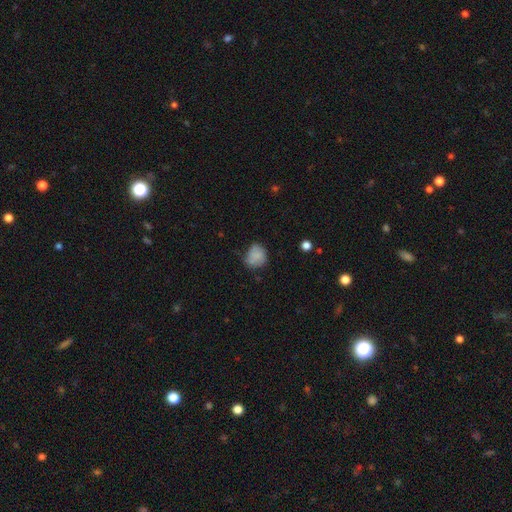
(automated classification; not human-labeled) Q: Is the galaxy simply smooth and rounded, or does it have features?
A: smooth — 80%.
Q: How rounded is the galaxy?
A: round — 69%.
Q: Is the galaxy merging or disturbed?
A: none — 55%.